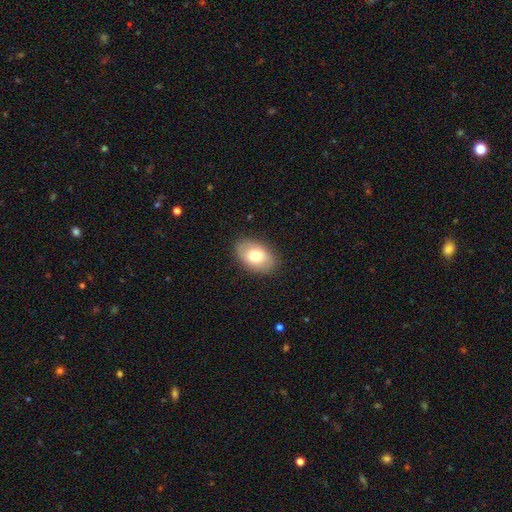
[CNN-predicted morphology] Smooth or featured?
  - smooth: 70% *
  - featured or disk: 23%
  - star or artifact: 7%
How rounded?
  - in between: 89% *
  - round: 10%
  - cigar-shaped: 1%
Merging?
  - none: 86% *
  - minor disturbance: 10%
  - major disturbance: 3%
  - merger: 1%